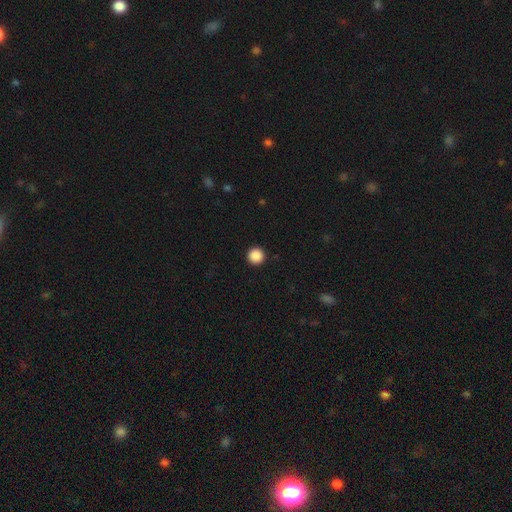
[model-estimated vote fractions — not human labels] This is clearly a smooth galaxy (88%). How rounded: clearly round (96%). Merging: clearly none (94%).